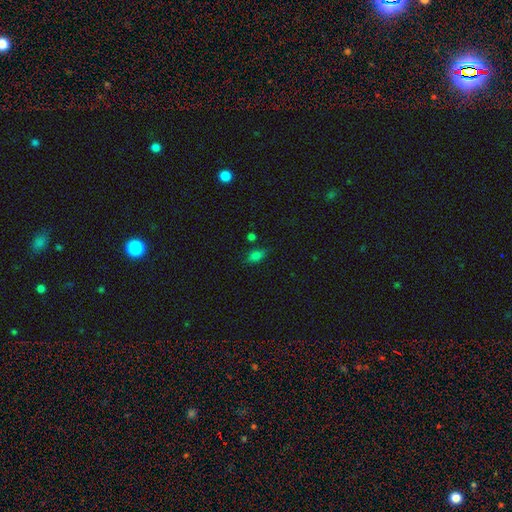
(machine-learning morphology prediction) type=smooth (75%); roundness=in between (84%); merging=none (64%).